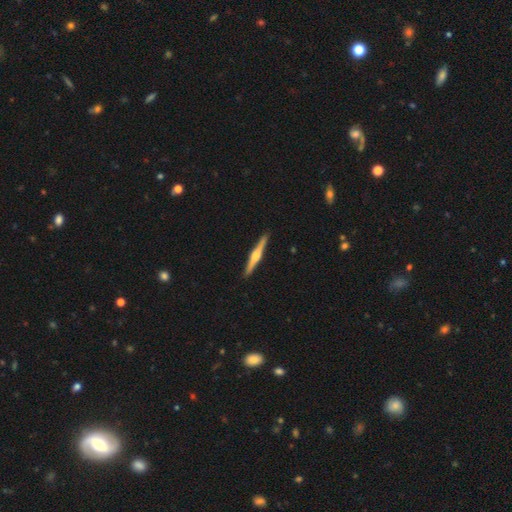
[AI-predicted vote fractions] Smooth or featured? featured or disk (75%)
Edge-on disk? yes (99%)
Edge-on bulge? rounded (86%)
Merging? none (92%)